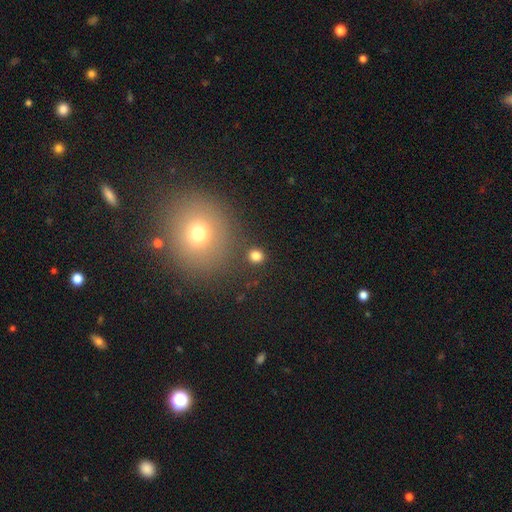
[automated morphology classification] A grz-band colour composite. It shows a smooth galaxy with no disk features (80%) that is round (82%). Merging: none (84%).